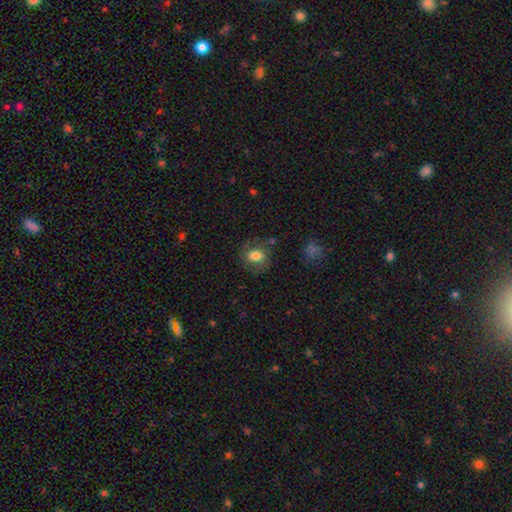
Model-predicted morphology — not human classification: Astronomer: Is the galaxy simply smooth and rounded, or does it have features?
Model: smooth — 73%.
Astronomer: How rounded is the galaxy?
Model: in between — 54% (runner-up: round, 45%).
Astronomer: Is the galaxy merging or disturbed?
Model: none — 69%.